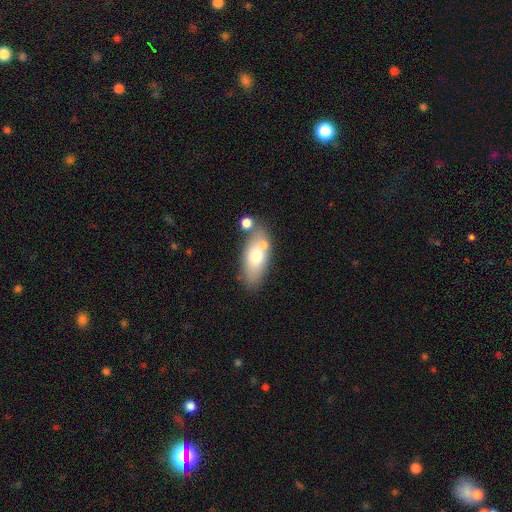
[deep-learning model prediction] Morphology: type=smooth (65%); roundness=in between (84%); merging=none (60%).